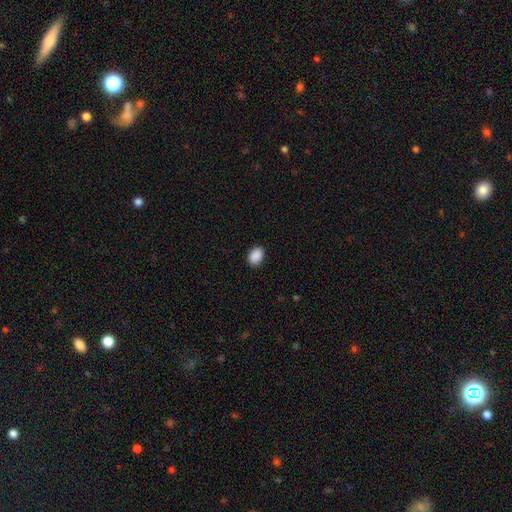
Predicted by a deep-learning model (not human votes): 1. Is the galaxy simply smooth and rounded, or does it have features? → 90% smooth, 7% star or artifact, 2% featured or disk.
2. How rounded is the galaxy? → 78% in between, 21% round, 1% cigar-shaped.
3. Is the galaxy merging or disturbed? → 88% none, 9% minor disturbance, 2% major disturbance, 1% merger.